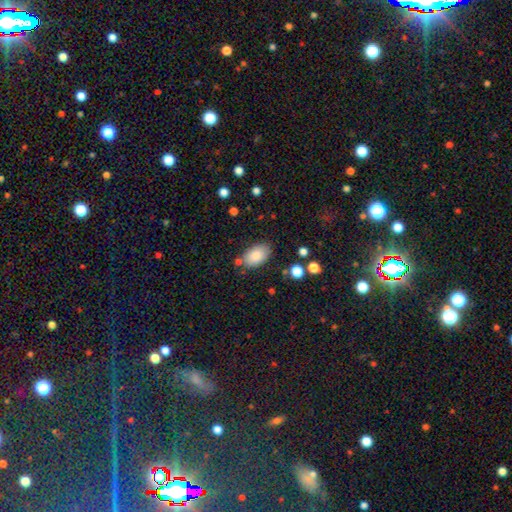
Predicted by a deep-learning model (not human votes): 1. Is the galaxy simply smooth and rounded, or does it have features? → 83% smooth, 10% featured or disk, 7% star or artifact.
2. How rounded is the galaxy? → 92% in between, 7% round, 1% cigar-shaped.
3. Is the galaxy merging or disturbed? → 78% none, 14% minor disturbance, 5% merger, 3% major disturbance.